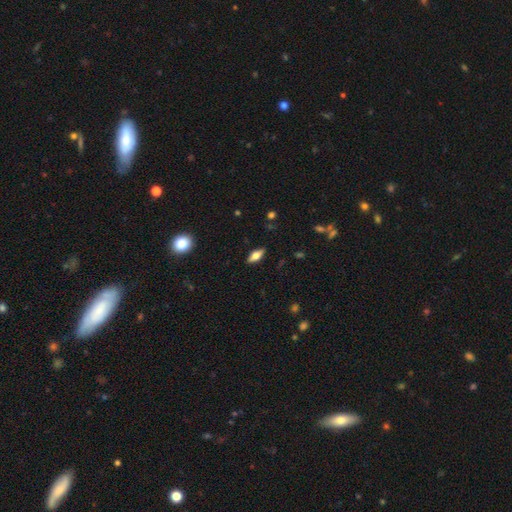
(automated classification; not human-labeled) Smooth or featured?
  - smooth: 56% *
  - featured or disk: 36%
  - star or artifact: 8%
How rounded?
  - in between: 75% *
  - cigar-shaped: 21%
  - round: 4%
Merging?
  - none: 88% *
  - minor disturbance: 9%
  - major disturbance: 2%
  - merger: 1%